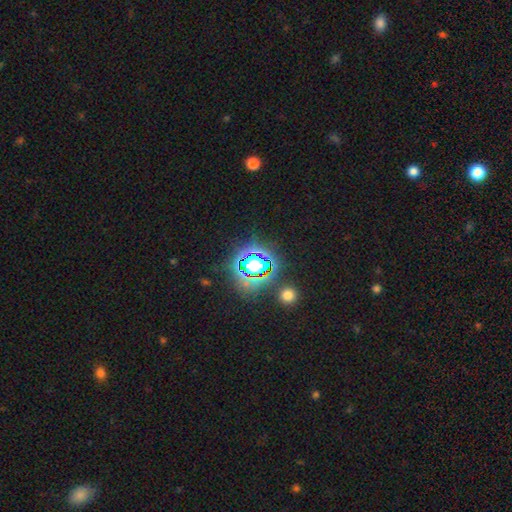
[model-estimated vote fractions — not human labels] Overall: star or artifact (78%).